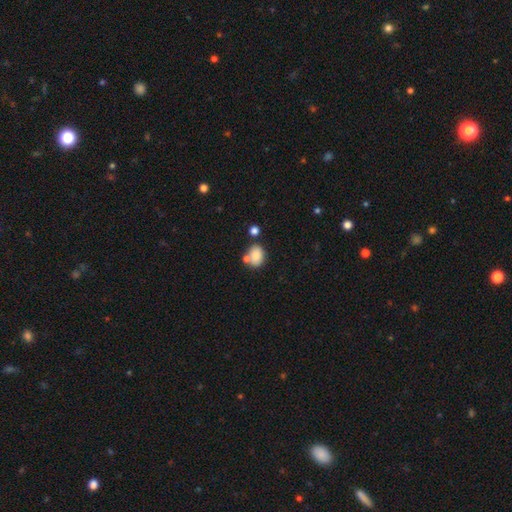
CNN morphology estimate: A smooth galaxy with no disk features (83%) that is in between round and cigar-shaped (67%). Merging: none (57%).